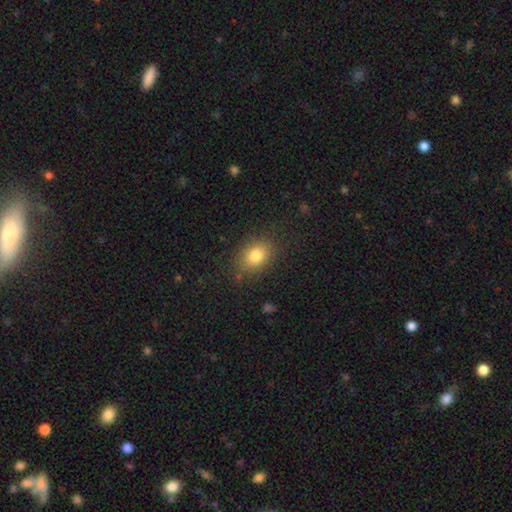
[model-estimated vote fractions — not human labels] A smooth galaxy with no disk features (82%) that is in between round and cigar-shaped (71%).

Vote fractions:
- Smooth or featured? smooth: 82% / star or artifact: 10% / featured or disk: 8%
- How rounded? in between: 71% / round: 27% / cigar-shaped: 1%
- Merging? none: 82% / minor disturbance: 12% / major disturbance: 4% / merger: 1%